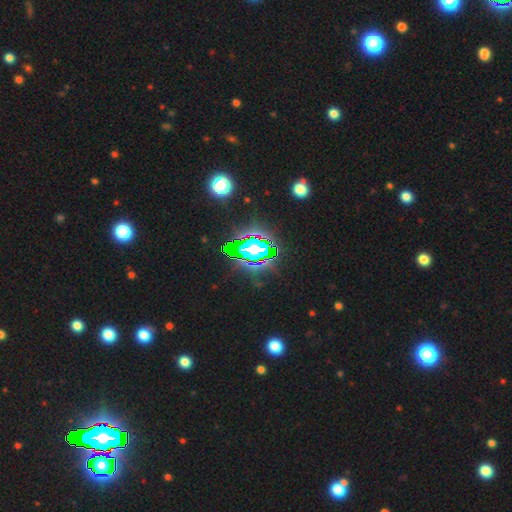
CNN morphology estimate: A star or artifact, not a galaxy (83%).